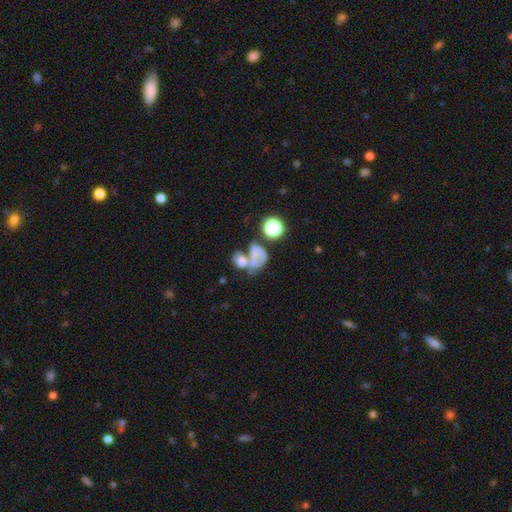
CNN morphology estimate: The model was most divided on "smooth or featured": smooth: 45%, featured or disk: 39%, star or artifact: 16%. More confident: merging — merger (53%).